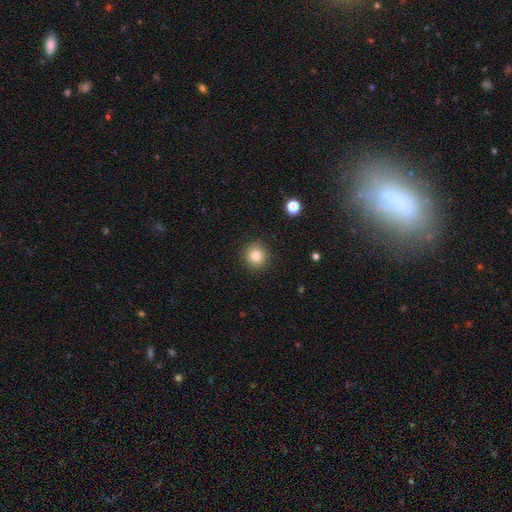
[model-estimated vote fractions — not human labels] A smooth galaxy with no disk features (83%) that is round (92%). Merging: none (91%).